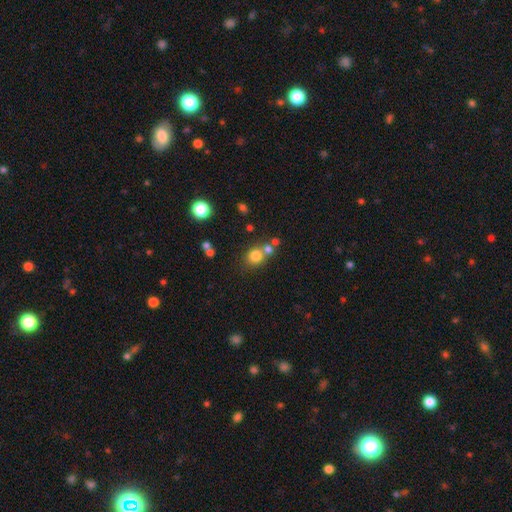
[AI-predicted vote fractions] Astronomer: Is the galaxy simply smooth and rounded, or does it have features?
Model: smooth — 77%.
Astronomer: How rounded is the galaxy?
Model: round — 79%.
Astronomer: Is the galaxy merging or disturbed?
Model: none — 55% (runner-up: merger, 31%).